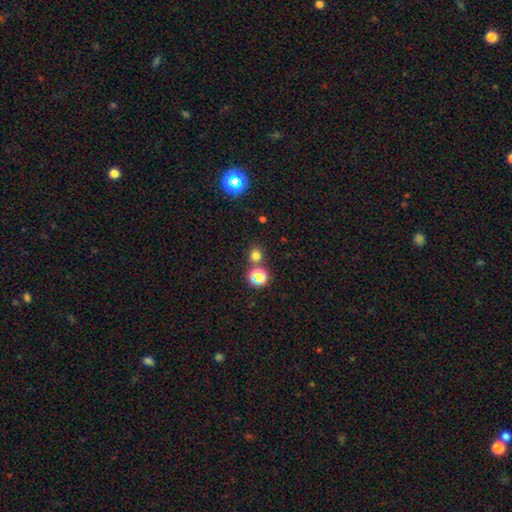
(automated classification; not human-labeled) Smooth or featured? smooth (71%)
How rounded? round (85%)
Merging? none (73%)